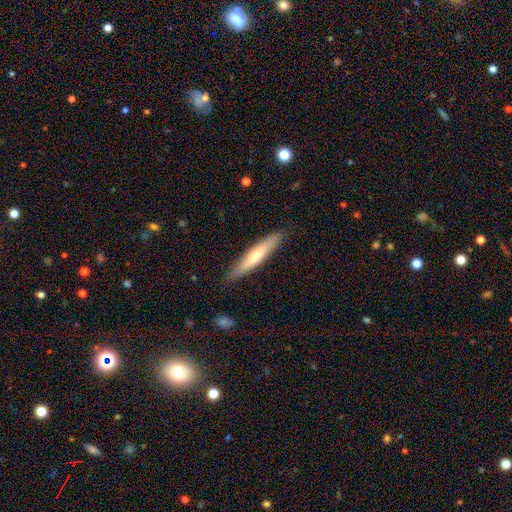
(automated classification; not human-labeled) Overall: smooth (56%; featured or disk 38%). How rounded: cigar-shaped (89%). Merging: none (88%).